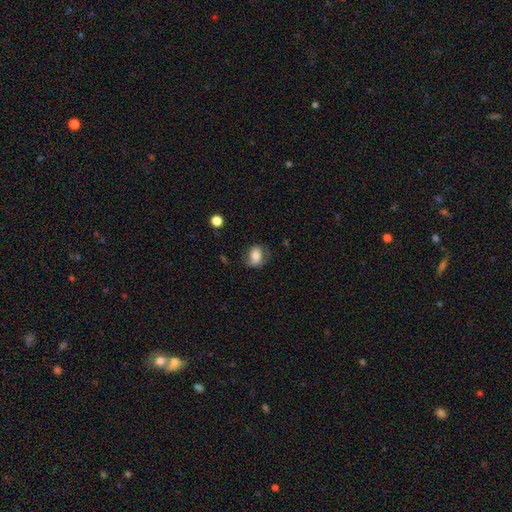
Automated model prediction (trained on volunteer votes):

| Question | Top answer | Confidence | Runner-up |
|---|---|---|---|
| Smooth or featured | smooth | 74% | featured or disk (17%) |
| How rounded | in between | 70% | round (28%) |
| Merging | none | 62% | minor disturbance (25%) |